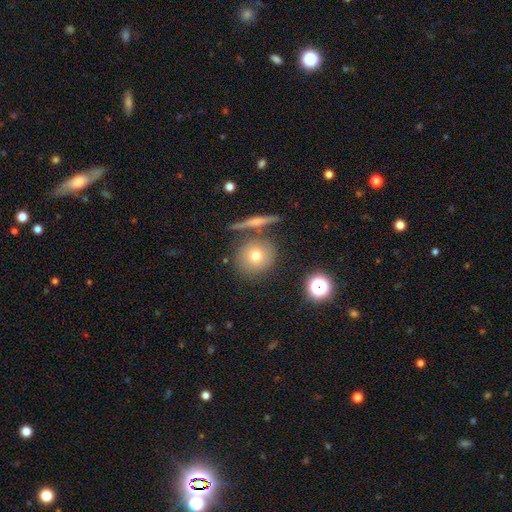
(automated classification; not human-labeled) This is likely a smooth galaxy (70%). How rounded: clearly round (89%). Merging: likely none (76%).